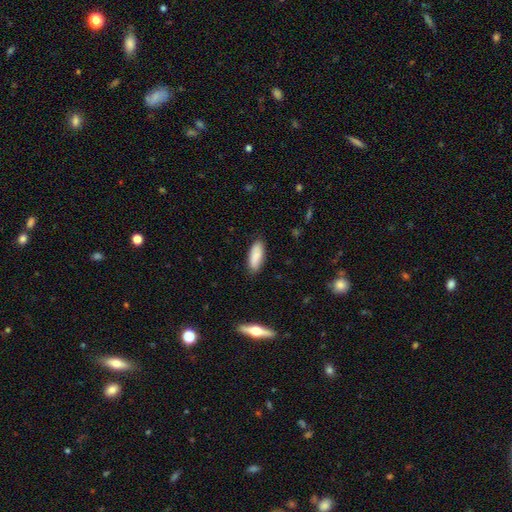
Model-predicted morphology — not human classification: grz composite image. It shows a smooth galaxy with no disk features (86%) that is in between round and cigar-shaped (72%). Merging: none (85%).